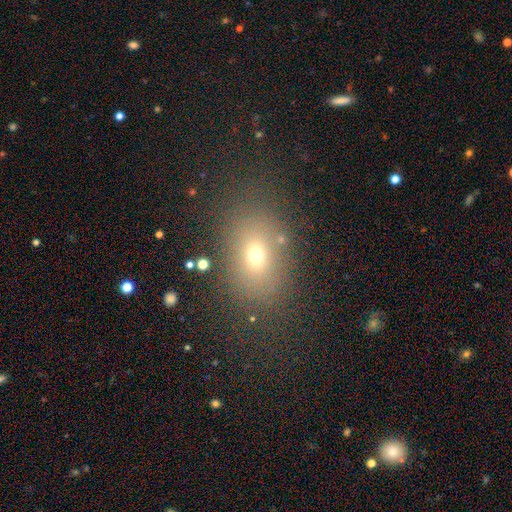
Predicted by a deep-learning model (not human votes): Smooth or featured: smooth — 65% (star or artifact — 19%)
How rounded: in between — 73% (round — 25%)
Merging: none — 78% (minor disturbance — 11%)